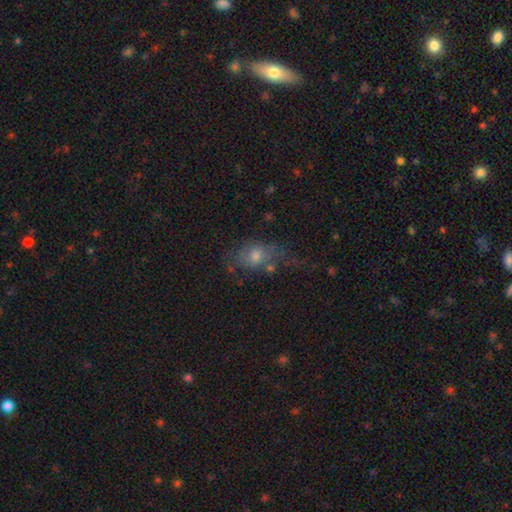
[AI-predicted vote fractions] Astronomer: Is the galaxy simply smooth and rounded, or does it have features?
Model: smooth — 49% (runner-up: featured or disk, 32%).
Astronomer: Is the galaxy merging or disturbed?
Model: none — 43% (runner-up: major disturbance, 26%).